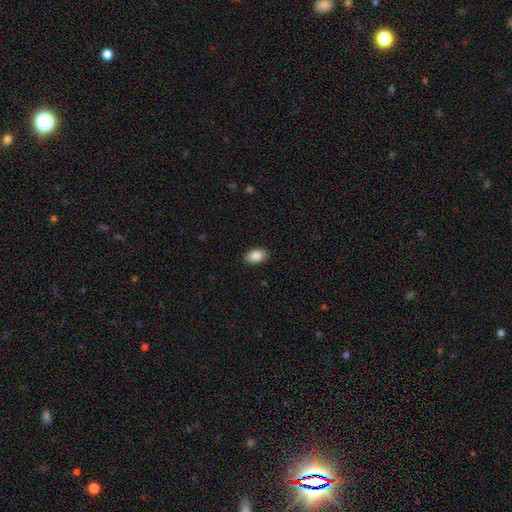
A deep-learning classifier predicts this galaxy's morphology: Smooth or featured? smooth (87%)
How rounded? in between (91%)
Merging? none (89%)